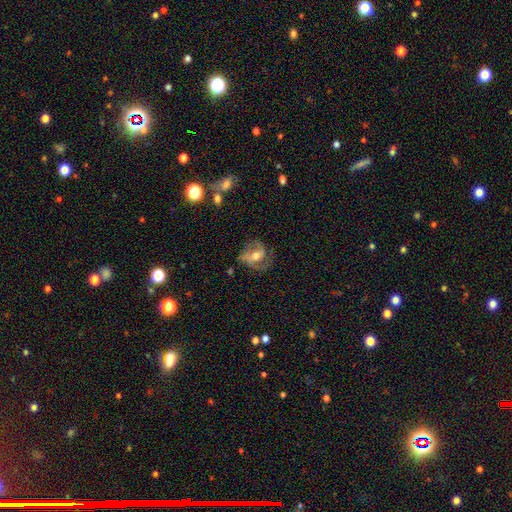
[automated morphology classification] smooth_or_featured: featured or disk (p=0.73) [alt: smooth p=0.19]
disk_edge_on: no (p=0.97) [alt: yes p=0.03]
bar: weak (p=0.40) [tied with: no p=0.40]
has_spiral_arms: yes (p=0.86) [alt: no p=0.14]
spiral_winding: medium (p=0.47) [alt: loose p=0.29]
spiral_arm_count: 2 (p=0.60) [alt: can't tell p=0.13]
bulge_size: moderate (p=0.69) [alt: small p=0.20]
merging: none (p=0.55) [alt: minor disturbance p=0.22]